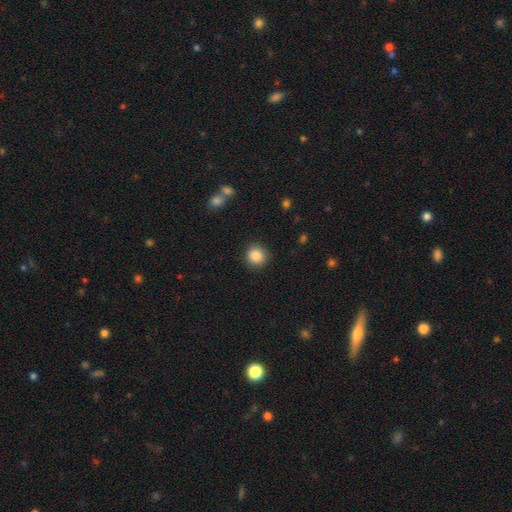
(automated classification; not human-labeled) Overall: smooth (88%). How rounded: round (89%). Merging: none (89%).